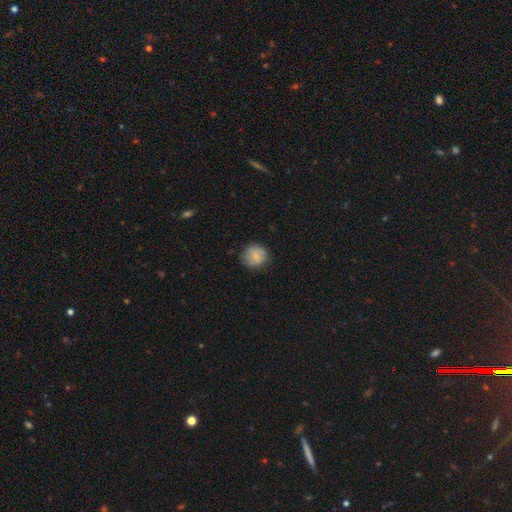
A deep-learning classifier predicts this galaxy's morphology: Q: Smooth or featured?
A: smooth (80%); runner-up: featured or disk (12%)
Q: How rounded?
A: round (87%); runner-up: in between (12%)
Q: Merging?
A: none (79%); runner-up: minor disturbance (16%)